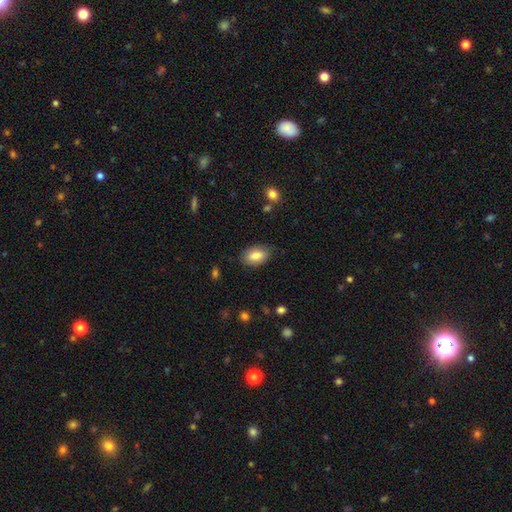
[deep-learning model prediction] Smooth or featured? Predicted: smooth (p=0.83). How rounded? Predicted: in between (p=0.92). Merging? Predicted: none (p=0.81).